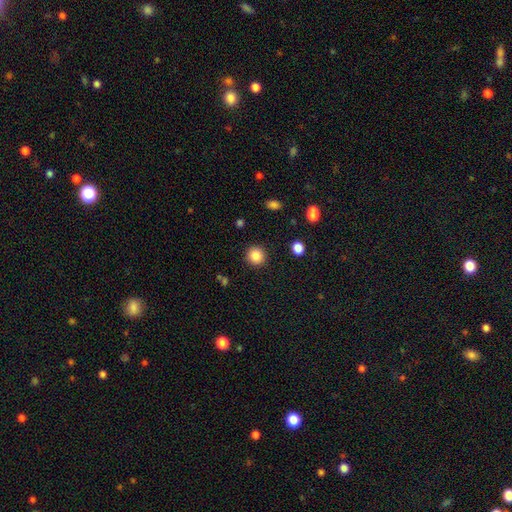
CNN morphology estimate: Smooth or featured: smooth — 86% (star or artifact — 10%)
How rounded: round — 94% (in between — 5%)
Merging: none — 91% (minor disturbance — 5%)